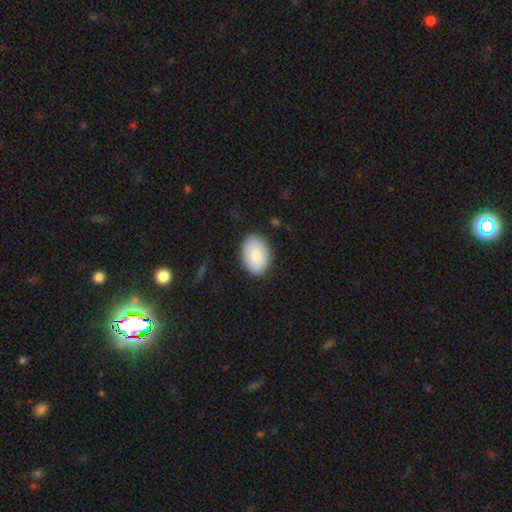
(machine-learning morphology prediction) Smooth or featured: smooth — 86% (featured or disk — 8%)
How rounded: in between — 87% (round — 11%)
Merging: none — 86% (minor disturbance — 11%)